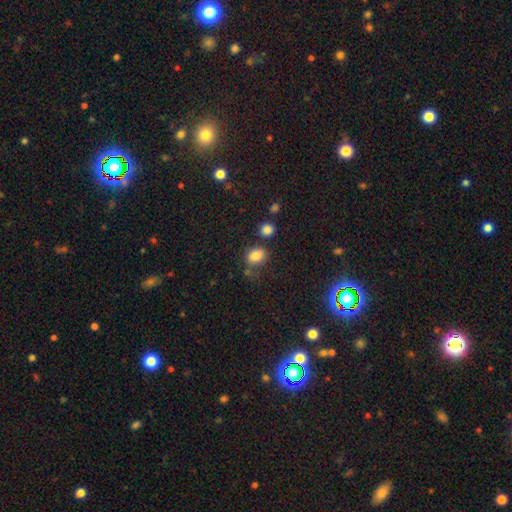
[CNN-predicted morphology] smooth-or-featured: smooth: 83% | star or artifact: 11% | featured or disk: 7%
  how-rounded: in between: 60% | round: 39% | cigar-shaped: 1%
  merging: none: 64% | minor disturbance: 17% | merger: 13% | major disturbance: 6%